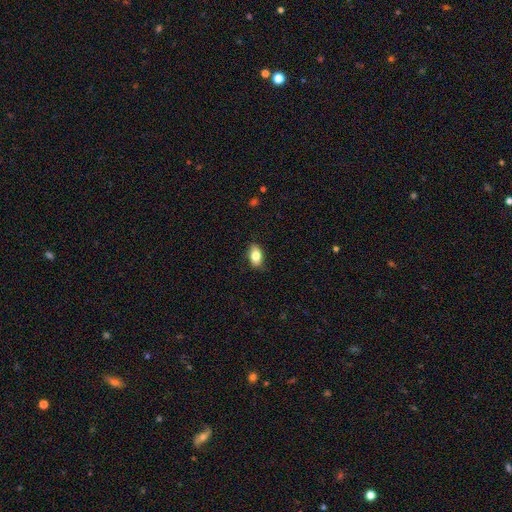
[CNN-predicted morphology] type=smooth (79%); roundness=in between (88%); merging=none (82%).